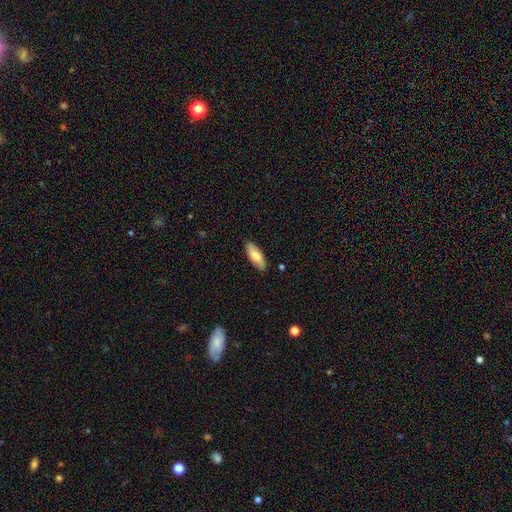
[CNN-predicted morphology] This is likely a smooth galaxy (77%). How rounded: likely in between (72%). Merging: clearly none (86%).